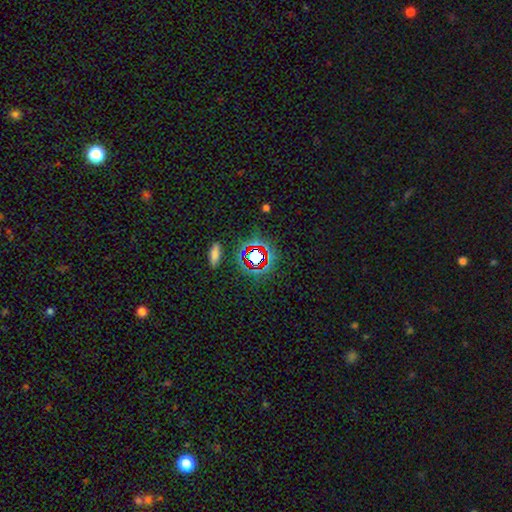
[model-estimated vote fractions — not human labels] A star or artifact, not a galaxy (65%).